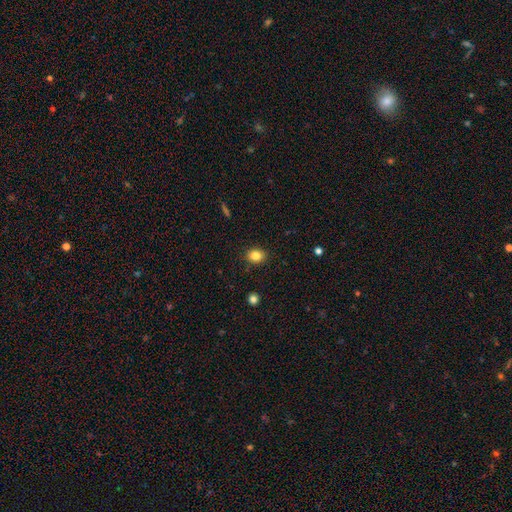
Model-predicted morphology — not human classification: The model was most divided on "how rounded": in between: 50%, round: 49%, cigar-shaped: 1%. More confident: merging — none (88%); smooth or featured — smooth (83%).